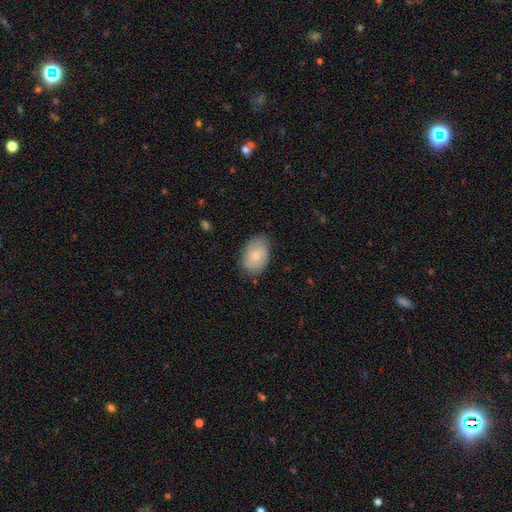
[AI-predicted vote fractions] The model was most divided on "smooth or featured": smooth: 75%, featured or disk: 19%, star or artifact: 6%. More confident: how rounded — in between (84%); merging — none (80%).